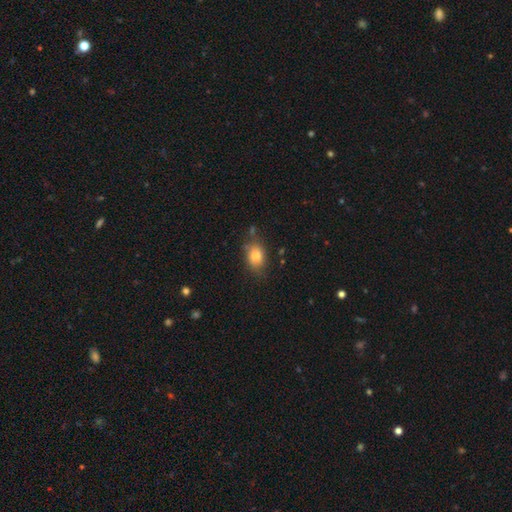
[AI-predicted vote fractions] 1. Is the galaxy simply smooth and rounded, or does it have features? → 81% smooth, 10% featured or disk, 9% star or artifact.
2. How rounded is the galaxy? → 77% in between, 22% round, 2% cigar-shaped.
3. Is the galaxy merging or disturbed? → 68% none, 22% minor disturbance, 5% major disturbance, 5% merger.